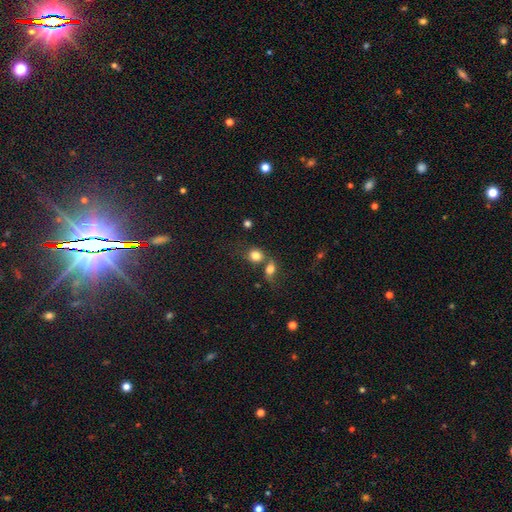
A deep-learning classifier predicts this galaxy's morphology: A smooth galaxy with no disk features (80%) that is round (68%). Merging: merger (47%).